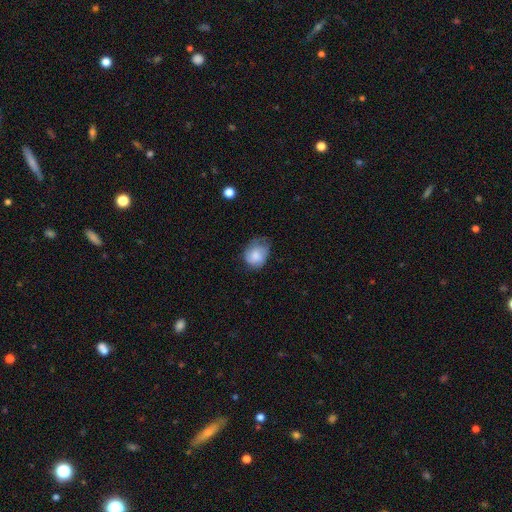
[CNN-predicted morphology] Smooth or featured? Predicted: smooth (p=0.77). How rounded? Predicted: round (p=0.52). Merging? Predicted: none (p=0.42).